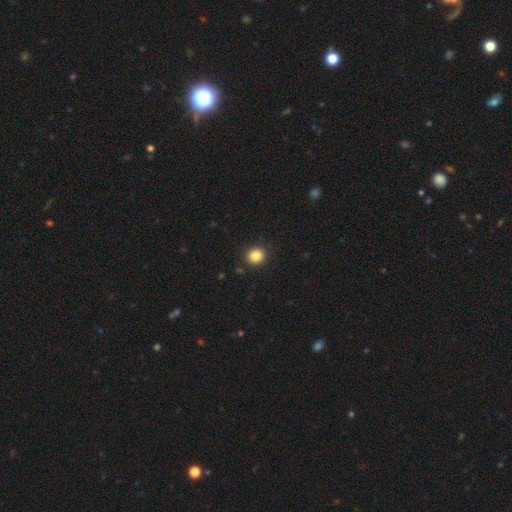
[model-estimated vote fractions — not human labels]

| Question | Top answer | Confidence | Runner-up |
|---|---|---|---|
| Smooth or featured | smooth | 84% | star or artifact (11%) |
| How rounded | round | 87% | in between (13%) |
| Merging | none | 90% | minor disturbance (7%) |